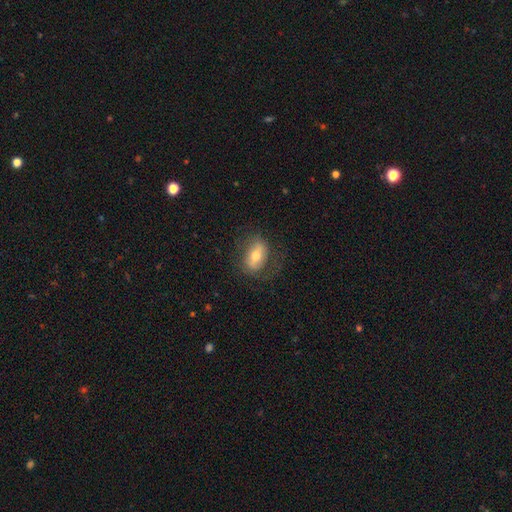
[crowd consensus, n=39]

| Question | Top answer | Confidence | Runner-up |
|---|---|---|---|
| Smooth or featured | featured or disk | 56% | smooth (33%) |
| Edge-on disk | no | 91% | yes (9%) |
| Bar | weak | 60% | no (25%) |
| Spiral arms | yes | 50% | tied: no (50%) |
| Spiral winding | medium | 50% | loose (30%) |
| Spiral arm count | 2 | 50% | can't tell (40%) |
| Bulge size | moderate | 85% | small (15%) |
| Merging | none | 54% | major disturbance (26%) |